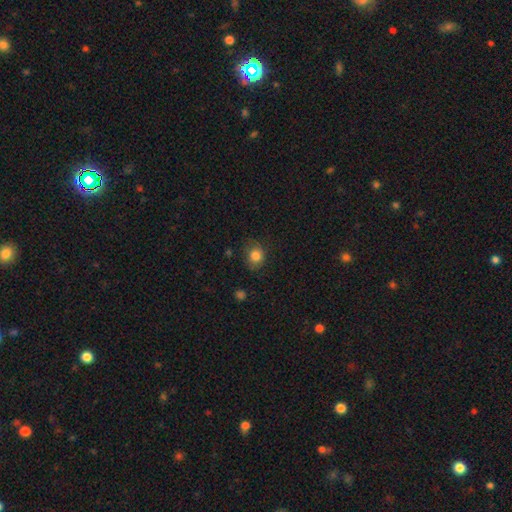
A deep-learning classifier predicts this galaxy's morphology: type=smooth (83%); roundness=round (73%); merging=none (77%).